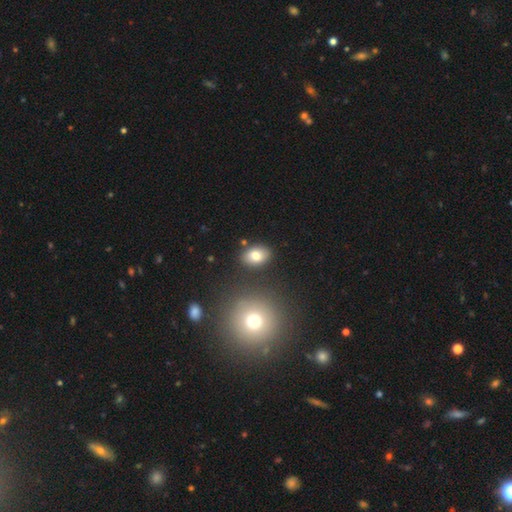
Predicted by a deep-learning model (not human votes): Q: Smooth or featured?
A: smooth (80%); runner-up: featured or disk (11%)
Q: How rounded?
A: in between (82%); runner-up: round (16%)
Q: Merging?
A: none (84%); runner-up: minor disturbance (9%)